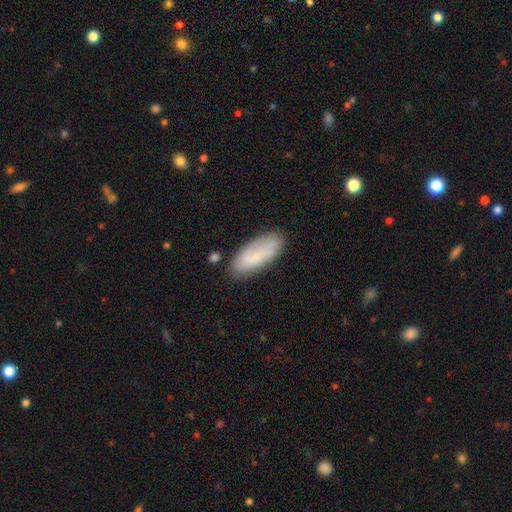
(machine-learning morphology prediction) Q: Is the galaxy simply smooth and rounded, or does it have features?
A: smooth — 60%.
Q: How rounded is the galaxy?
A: in between — 79%.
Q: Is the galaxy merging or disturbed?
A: none — 76%.